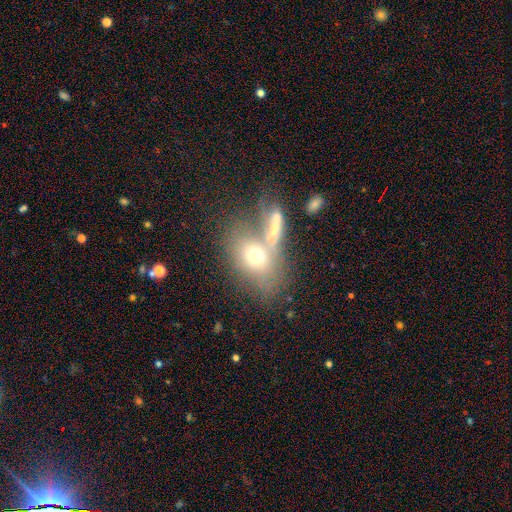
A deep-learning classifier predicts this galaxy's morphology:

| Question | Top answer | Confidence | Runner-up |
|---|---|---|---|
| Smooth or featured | smooth | 63% | featured or disk (25%) |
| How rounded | in between | 65% | round (32%) |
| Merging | none | 38% | merger (36%) |